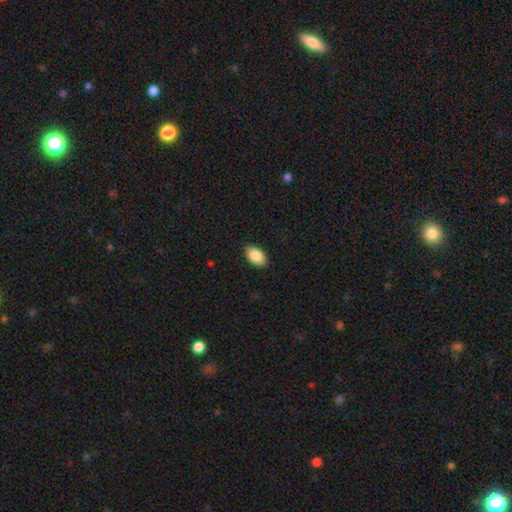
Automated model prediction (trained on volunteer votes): Smooth or featured? Predicted: smooth (p=0.88). How rounded? Predicted: in between (p=0.94). Merging? Predicted: none (p=0.88).